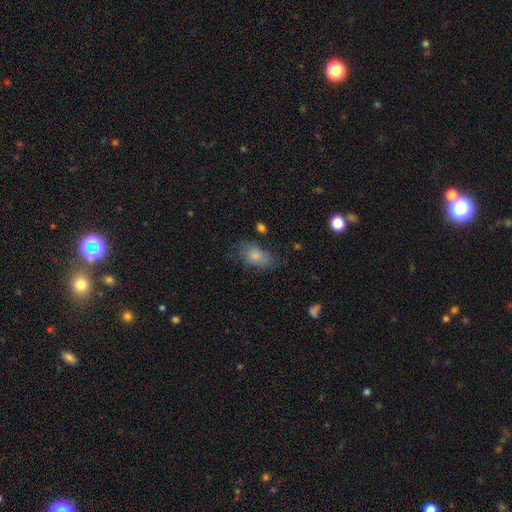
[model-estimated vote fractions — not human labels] This is likely a smooth galaxy (76%). How rounded: clearly in between (86%). Merging: possibly none (58%).